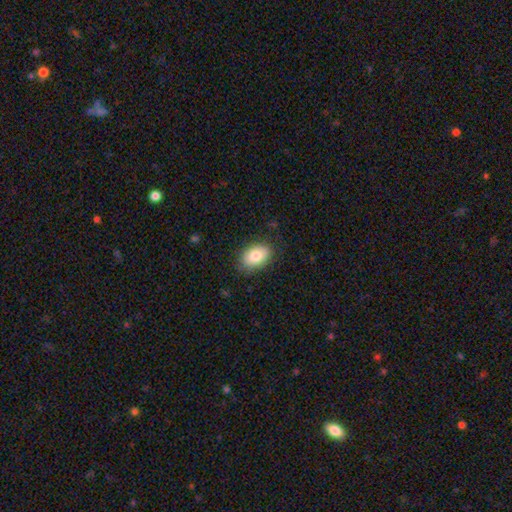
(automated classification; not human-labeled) smooth_or_featured: smooth (p=0.83) [alt: featured or disk p=0.10]
how_rounded: in between (p=0.88) [alt: round p=0.11]
merging: none (p=0.85) [alt: minor disturbance p=0.12]